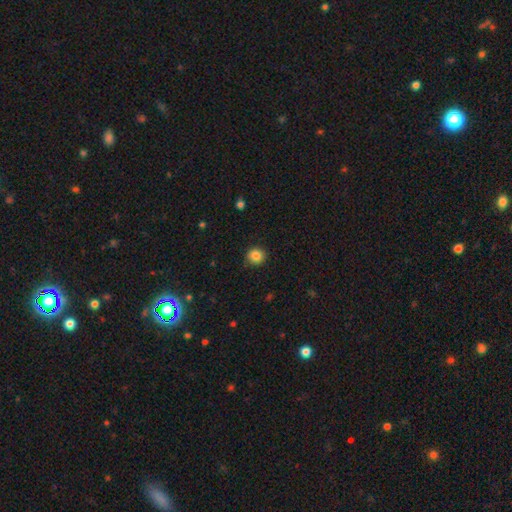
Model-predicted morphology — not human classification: type=smooth (85%); roundness=round (91%); merging=none (90%).